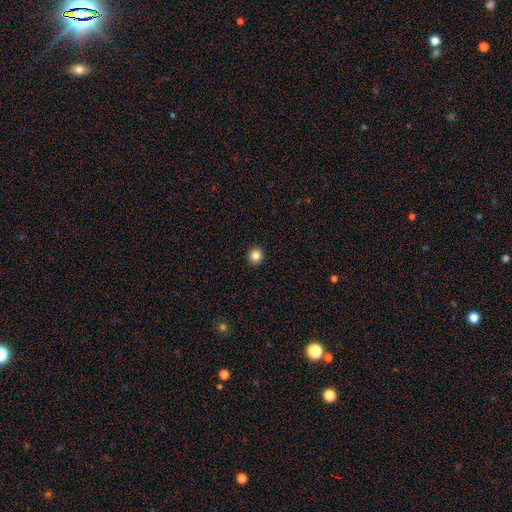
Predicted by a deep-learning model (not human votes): Smooth or featured: smooth — 85% (star or artifact — 11%)
How rounded: round — 92% (in between — 7%)
Merging: none — 93% (minor disturbance — 4%)